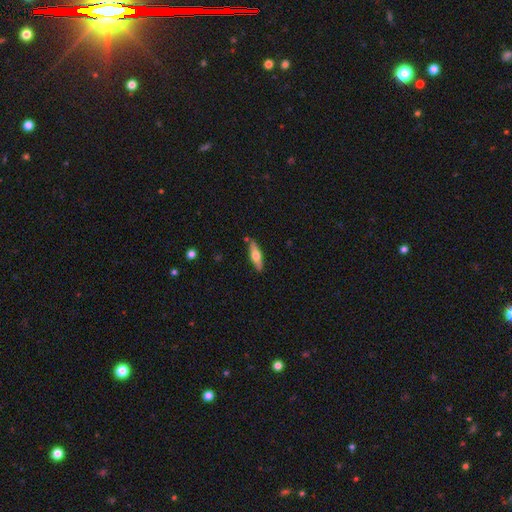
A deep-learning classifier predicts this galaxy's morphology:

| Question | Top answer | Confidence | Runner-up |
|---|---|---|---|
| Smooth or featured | smooth | 48% | featured or disk (46%) |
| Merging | none | 84% | minor disturbance (11%) |